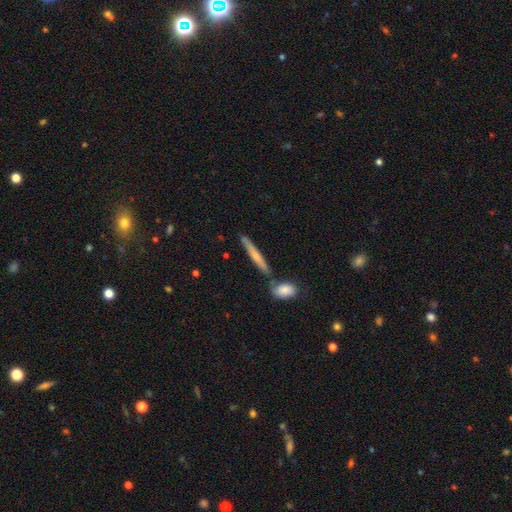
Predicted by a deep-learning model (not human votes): Smooth or featured? smooth (60%)
How rounded? cigar-shaped (93%)
Merging? none (75%)